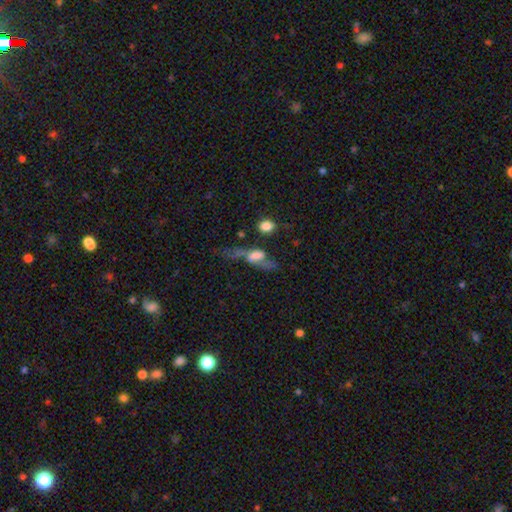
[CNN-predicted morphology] Smooth or featured? Predicted: featured or disk (p=0.49). Merging? Predicted: none (p=0.39).